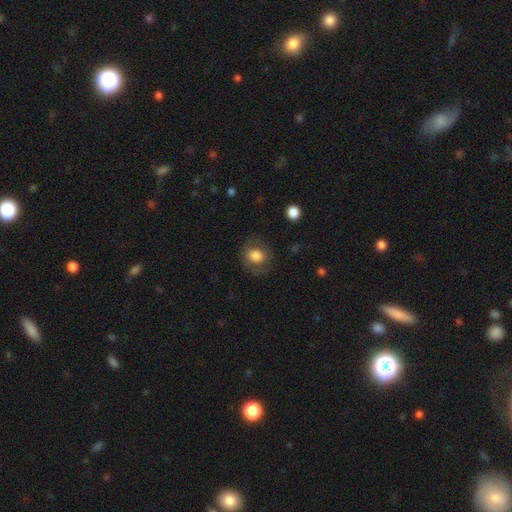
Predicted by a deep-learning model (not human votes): smooth-or-featured: smooth: 72% | featured or disk: 19% | star or artifact: 8%
  how-rounded: round: 68% | in between: 31% | cigar-shaped: 1%
  merging: none: 75% | minor disturbance: 15% | major disturbance: 9% | merger: 1%